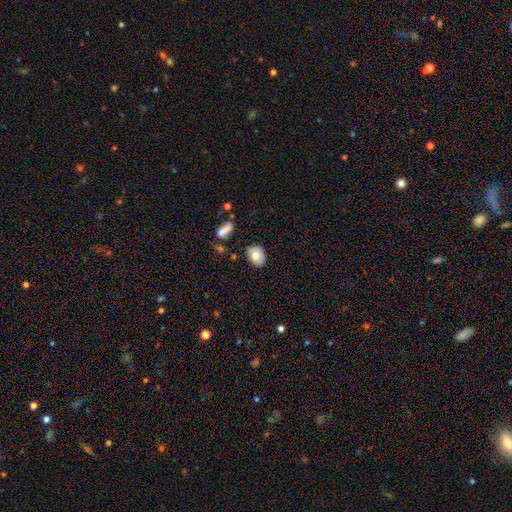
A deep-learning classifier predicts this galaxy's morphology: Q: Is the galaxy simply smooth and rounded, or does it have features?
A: smooth — 75%.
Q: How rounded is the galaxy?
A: in between — 62%.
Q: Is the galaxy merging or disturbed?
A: none — 75%.